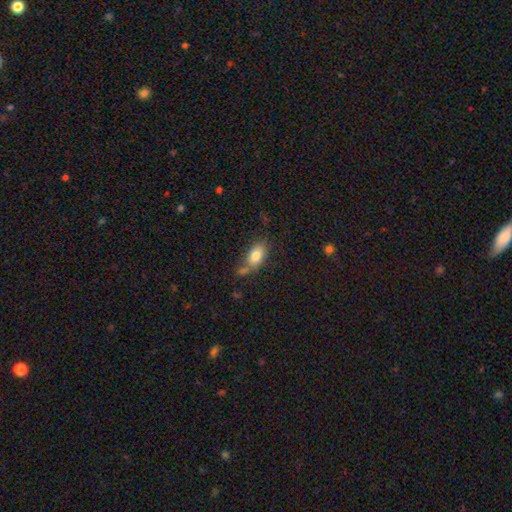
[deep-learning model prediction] A smooth galaxy with no disk features (81%) that is in between round and cigar-shaped (89%). Merging: none (56%).